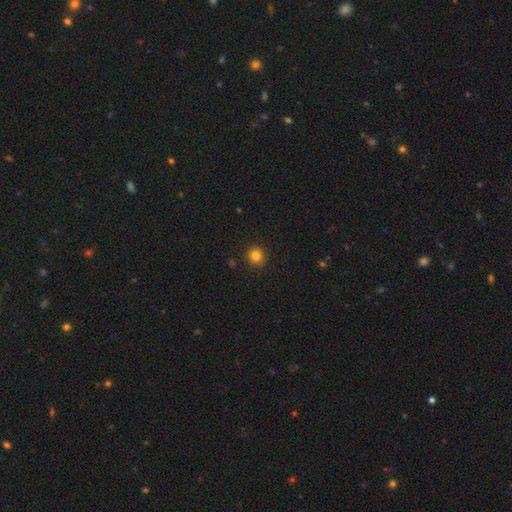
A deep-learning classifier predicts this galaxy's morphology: A smooth galaxy with no disk features (83%) that is round (91%).

Vote fractions:
- Smooth or featured? smooth: 83% / star or artifact: 13% / featured or disk: 5%
- How rounded? round: 91% / in between: 8% / cigar-shaped: 1%
- Merging? none: 90% / minor disturbance: 7% / major disturbance: 2% / merger: 1%